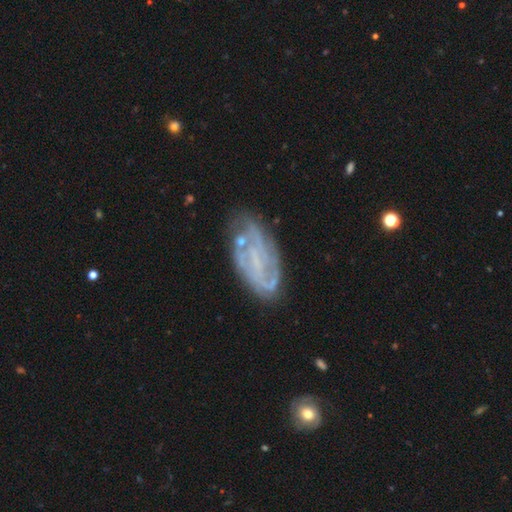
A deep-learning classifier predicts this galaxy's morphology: Smooth or featured? featured or disk (69%)
Edge-on disk? no (93%)
Bar? no (51%)
Spiral arms? yes (70%)
Bulge size? none (51%)
Merging? none (66%)